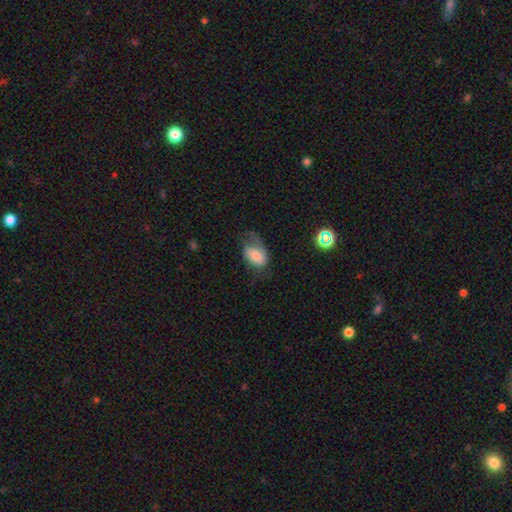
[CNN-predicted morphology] A smooth galaxy with no disk features (56%) that is in between round and cigar-shaped (85%).

Vote fractions:
- Smooth or featured? smooth: 56% / featured or disk: 35% / star or artifact: 9%
- How rounded? in between: 85% / round: 13% / cigar-shaped: 1%
- Merging? none: 36% / major disturbance: 32% / minor disturbance: 30% / merger: 2%